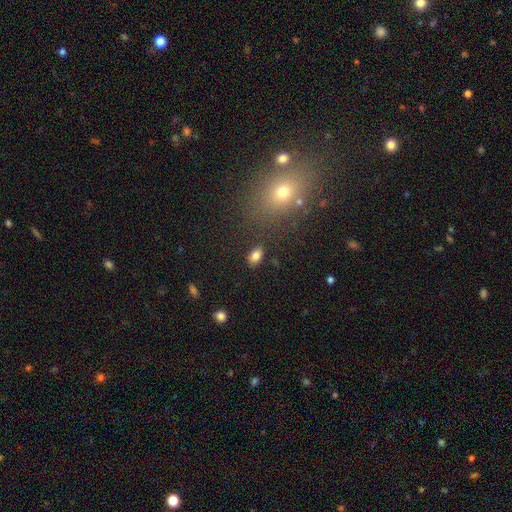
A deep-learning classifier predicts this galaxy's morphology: smooth-or-featured: smooth: 82% | star or artifact: 11% | featured or disk: 8%
  how-rounded: in between: 86% | round: 12% | cigar-shaped: 2%
  merging: none: 84% | minor disturbance: 10% | major disturbance: 3% | merger: 3%